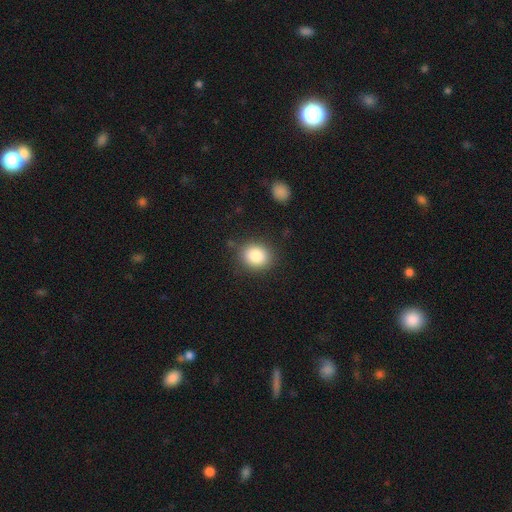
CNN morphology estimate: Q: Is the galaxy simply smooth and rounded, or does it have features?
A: smooth — 85%.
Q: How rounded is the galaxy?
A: round — 69%.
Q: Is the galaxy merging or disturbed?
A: none — 85%.